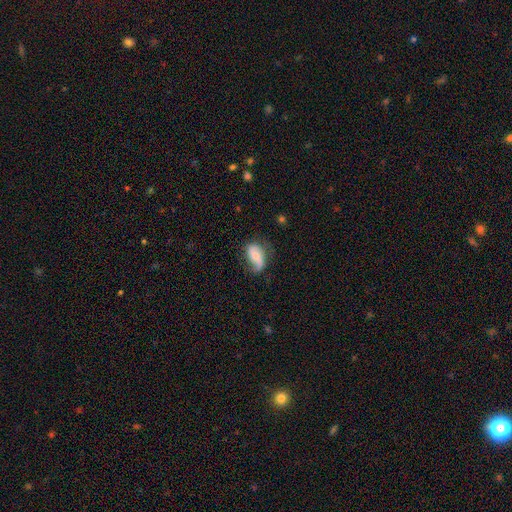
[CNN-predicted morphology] Smooth or featured: featured or disk — 51% (smooth — 42%)
Edge-on disk: no — 95% (yes — 5%)
Merging: none — 47% (minor disturbance — 30%)